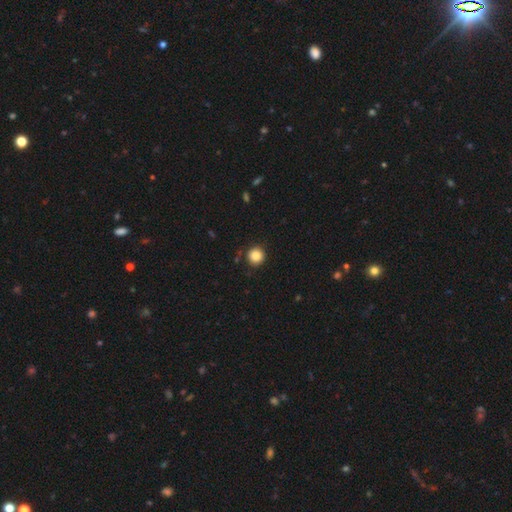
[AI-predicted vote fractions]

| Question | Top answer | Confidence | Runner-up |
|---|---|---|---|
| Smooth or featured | smooth | 87% | star or artifact (11%) |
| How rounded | round | 95% | in between (4%) |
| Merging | none | 89% | minor disturbance (7%) |